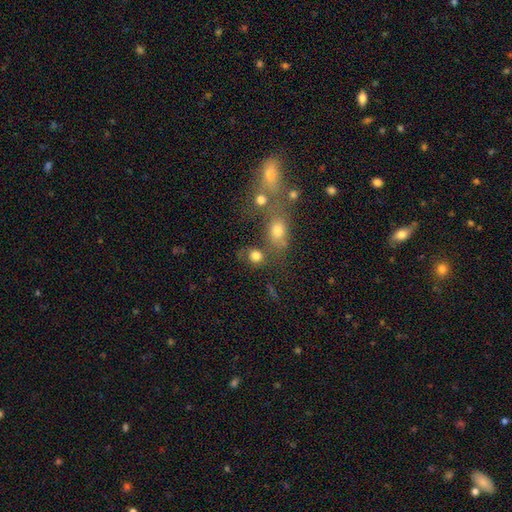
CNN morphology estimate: Smooth or featured? smooth (77%)
How rounded? round (75%)
Merging? none (58%)